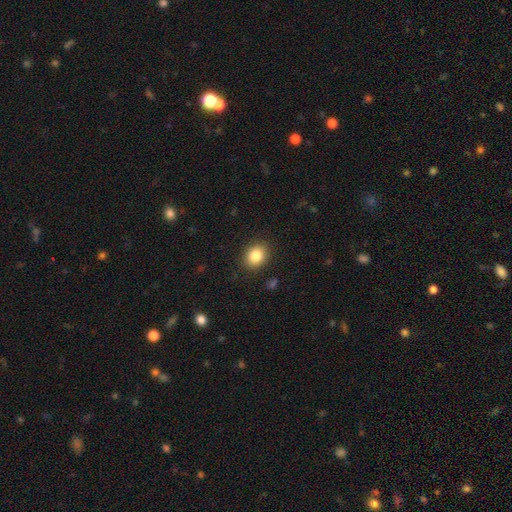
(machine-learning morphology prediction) Smooth or featured? Predicted: smooth (p=0.84). How rounded? Predicted: round (p=0.51). Merging? Predicted: none (p=0.88).